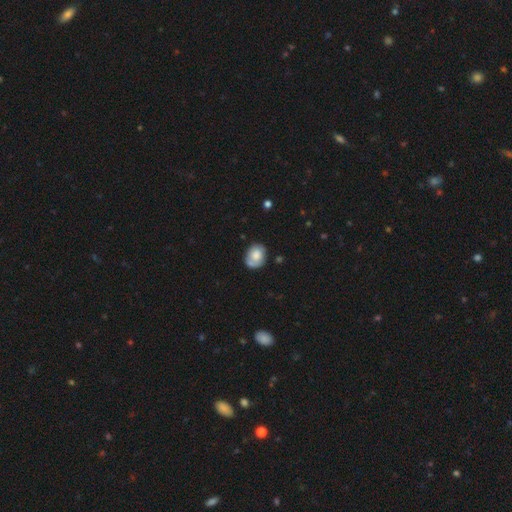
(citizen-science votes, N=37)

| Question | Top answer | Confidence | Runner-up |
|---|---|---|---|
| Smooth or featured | smooth | 59% | featured or disk (35%) |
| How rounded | round | 59% | in between (41%) |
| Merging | none | 57% | minor disturbance (20%) |